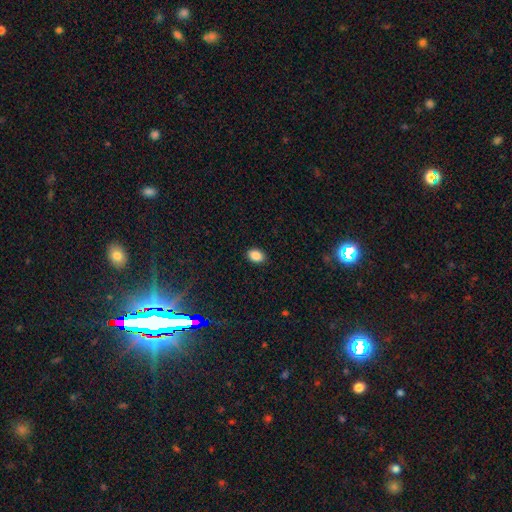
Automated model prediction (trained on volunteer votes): Smooth or featured?
  - smooth: 88% *
  - star or artifact: 9%
  - featured or disk: 3%
How rounded?
  - in between: 80% *
  - round: 19%
  - cigar-shaped: 1%
Merging?
  - none: 87% *
  - minor disturbance: 9%
  - major disturbance: 2%
  - merger: 1%